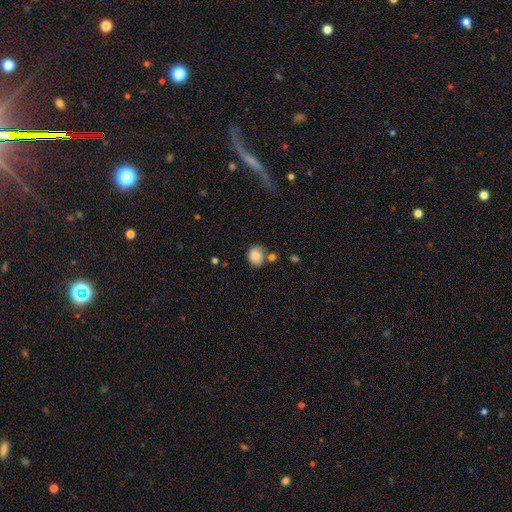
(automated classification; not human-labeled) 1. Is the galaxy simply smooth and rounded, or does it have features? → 85% smooth, 8% star or artifact, 7% featured or disk.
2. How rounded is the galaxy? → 62% round, 37% in between, 1% cigar-shaped.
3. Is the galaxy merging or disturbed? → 65% none, 17% minor disturbance, 13% merger, 5% major disturbance.